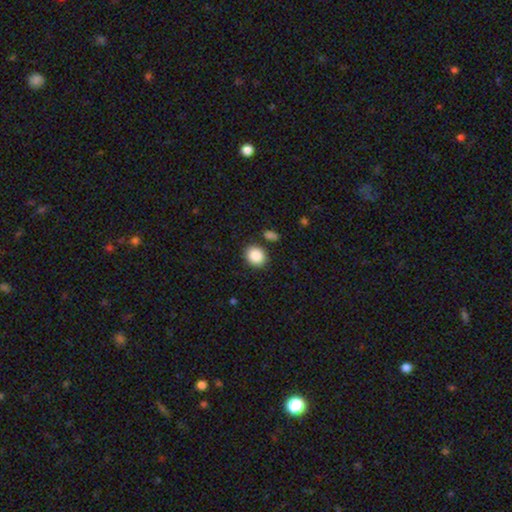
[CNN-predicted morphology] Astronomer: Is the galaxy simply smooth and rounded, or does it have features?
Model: smooth — 88%.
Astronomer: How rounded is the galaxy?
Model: round — 64%.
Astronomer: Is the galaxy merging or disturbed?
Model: none — 85%.